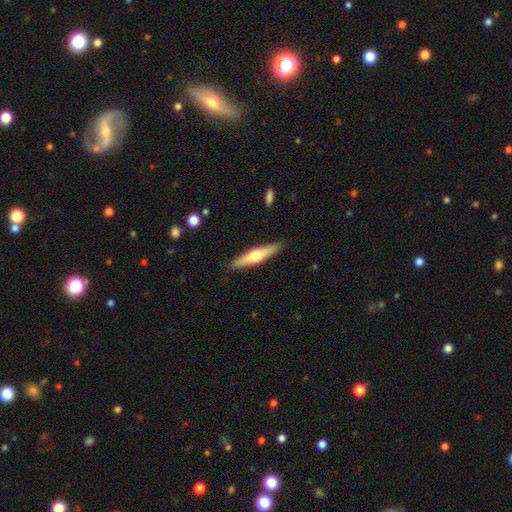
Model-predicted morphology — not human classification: smooth_or_featured: featured or disk (p=0.55) [alt: smooth p=0.39]
disk_edge_on: yes (p=0.95) [alt: no p=0.05]
edge_on_bulge: rounded (p=0.93) [alt: none p=0.04]
merging: none (p=0.89) [alt: minor disturbance p=0.08]